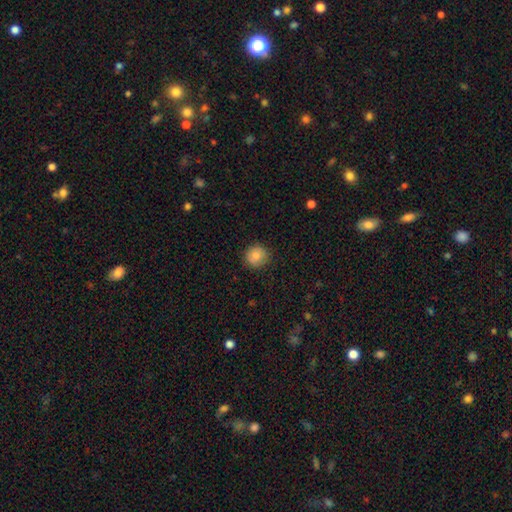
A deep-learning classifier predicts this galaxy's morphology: A smooth galaxy with no disk features (85%) that is round (90%). Merging: none (85%).